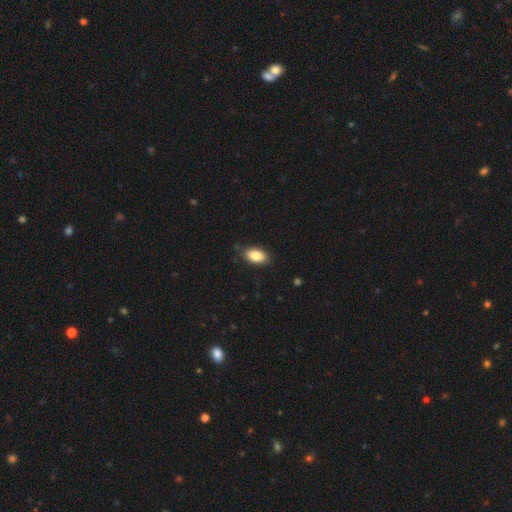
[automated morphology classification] A smooth galaxy with no disk features (86%) that is in between round and cigar-shaped (92%). Merging: none (86%).